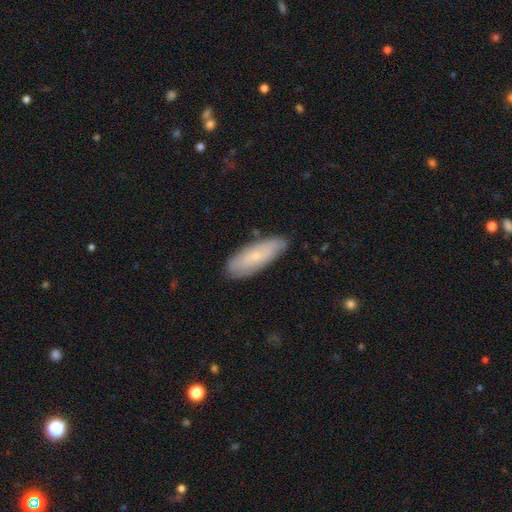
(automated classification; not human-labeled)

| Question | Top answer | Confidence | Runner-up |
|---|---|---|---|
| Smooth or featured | smooth | 60% | featured or disk (33%) |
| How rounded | in between | 62% | cigar-shaped (36%) |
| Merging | none | 82% | minor disturbance (14%) |